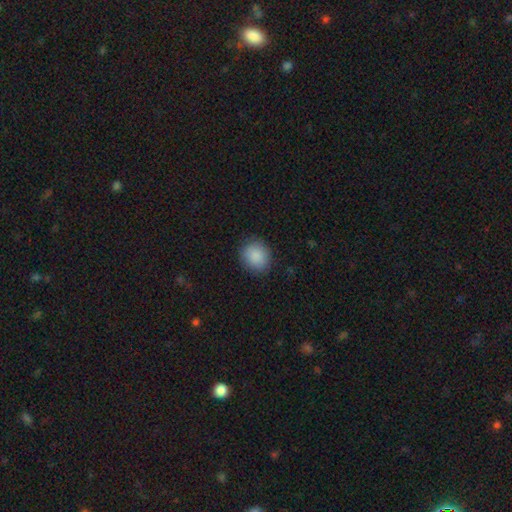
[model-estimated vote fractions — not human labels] A smooth galaxy with no disk features (89%) that is round (74%).

Vote fractions:
- Smooth or featured? smooth: 89% / star or artifact: 8% / featured or disk: 3%
- How rounded? round: 74% / in between: 25% / cigar-shaped: 1%
- Merging? none: 88% / minor disturbance: 9% / major disturbance: 3% / merger: 1%